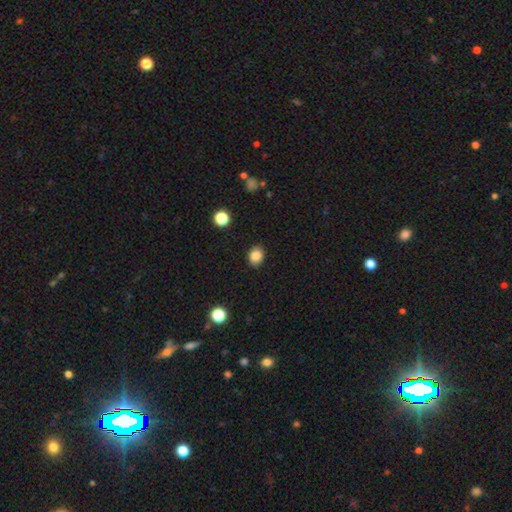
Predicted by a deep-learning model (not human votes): A smooth galaxy with no disk features (85%) that is round (52%). Merging: none (88%).